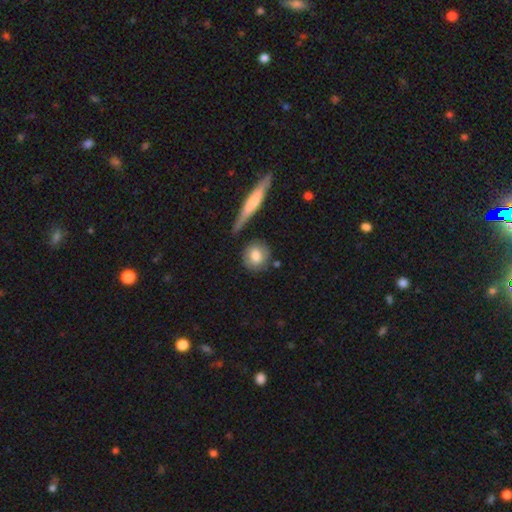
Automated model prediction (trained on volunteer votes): The model was most divided on "merging": none: 74%, minor disturbance: 14%, merger: 8%, major disturbance: 4%. More confident: smooth or featured — smooth (79%); how rounded — round (79%).